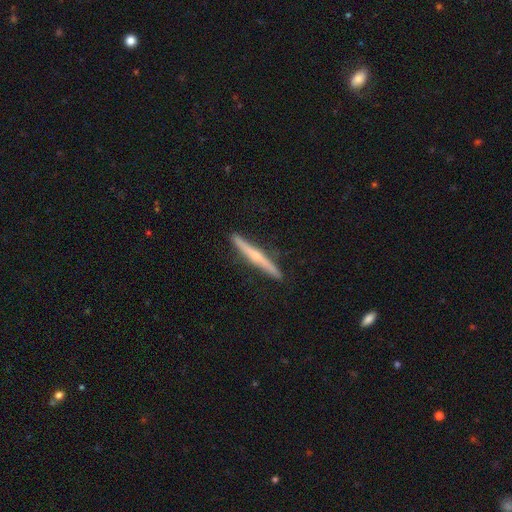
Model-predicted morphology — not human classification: Overall: featured or disk (66%; smooth 28%). Edge-on disk: yes (97%). Edge-on bulge: rounded (70%). Merging: none (90%).